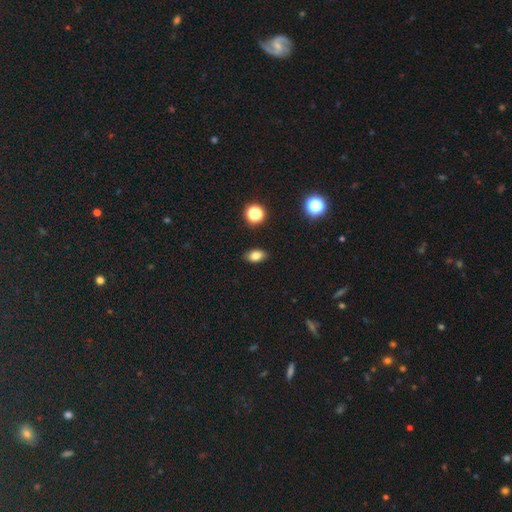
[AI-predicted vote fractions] The model was most divided on "smooth or featured": smooth: 80%, star or artifact: 12%, featured or disk: 8%. More confident: merging — none (89%); how rounded — in between (84%).